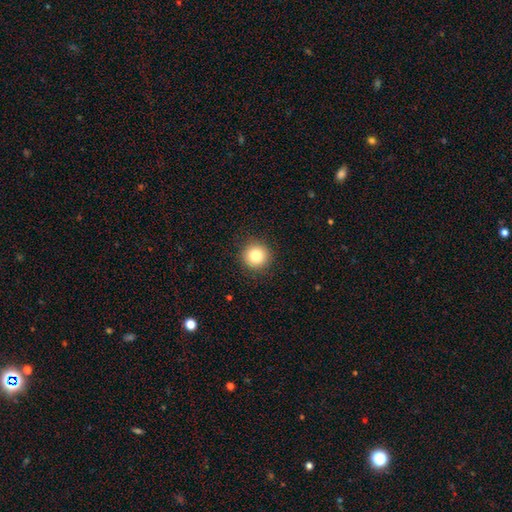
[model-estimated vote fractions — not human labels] smooth-or-featured: smooth: 84% | star or artifact: 10% | featured or disk: 6%
  how-rounded: round: 95% | in between: 4% | cigar-shaped: 1%
  merging: none: 91% | minor disturbance: 6% | major disturbance: 2% | merger: 1%